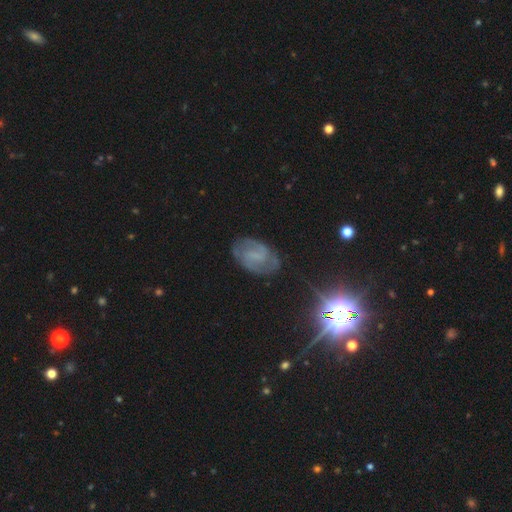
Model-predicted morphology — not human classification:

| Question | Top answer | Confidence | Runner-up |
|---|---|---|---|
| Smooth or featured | featured or disk | 69% | smooth (19%) |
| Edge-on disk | no | 97% | yes (3%) |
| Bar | weak | 51% | no (29%) |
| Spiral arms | yes | 89% | no (11%) |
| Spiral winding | medium | 46% | tight (32%) |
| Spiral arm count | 2 | 75% | can't tell (15%) |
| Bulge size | none | 52% | small (33%) |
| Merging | none | 73% | minor disturbance (18%) |